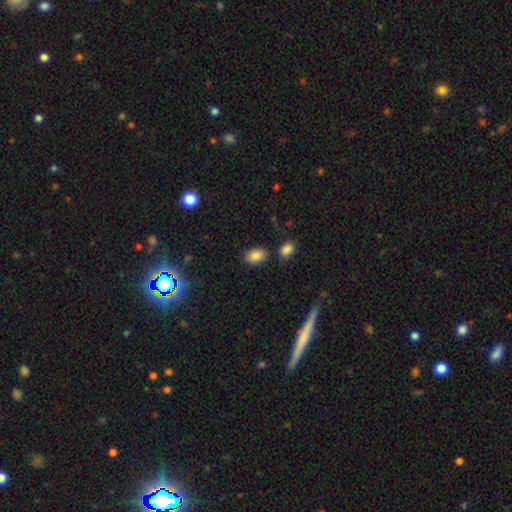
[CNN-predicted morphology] smooth-or-featured: smooth: 86% | star or artifact: 8% | featured or disk: 6%
  how-rounded: in between: 88% | round: 11% | cigar-shaped: 1%
  merging: none: 80% | minor disturbance: 11% | merger: 6% | major disturbance: 3%